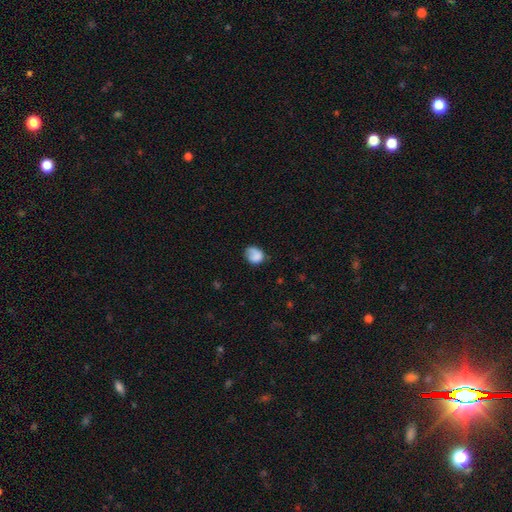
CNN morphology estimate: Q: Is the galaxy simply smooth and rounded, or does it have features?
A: smooth — 77%.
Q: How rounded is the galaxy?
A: round — 52%.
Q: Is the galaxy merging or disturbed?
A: none — 50%.